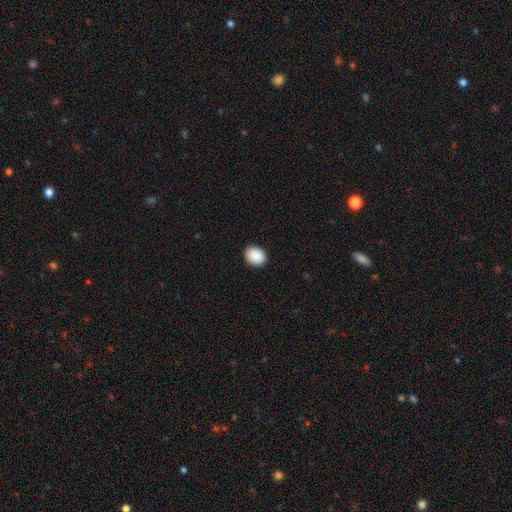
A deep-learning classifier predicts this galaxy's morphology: smooth 91%, star or artifact 7%, featured or disk 2%. Down the decision tree: how rounded — round (54%); merging — none (91%).